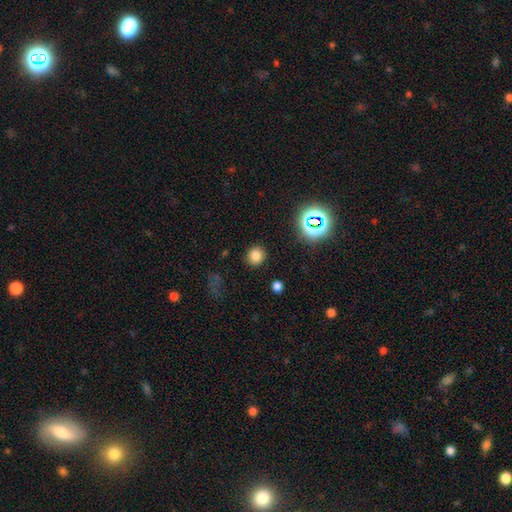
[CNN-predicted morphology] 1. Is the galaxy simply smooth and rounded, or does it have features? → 78% smooth, 16% star or artifact, 6% featured or disk.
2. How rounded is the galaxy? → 88% round, 11% in between, 1% cigar-shaped.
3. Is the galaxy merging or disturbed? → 89% none, 6% minor disturbance, 3% major disturbance, 2% merger.